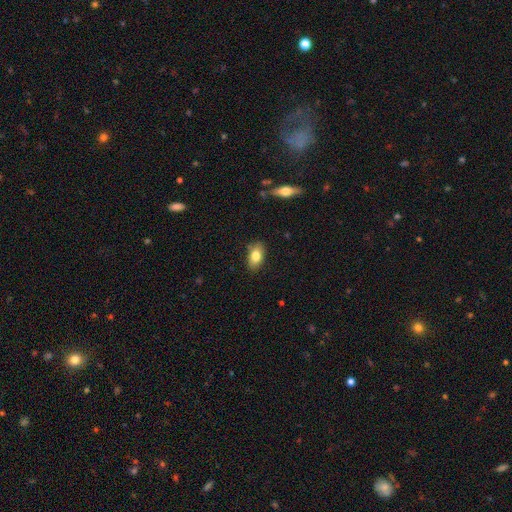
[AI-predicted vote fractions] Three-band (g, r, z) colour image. It shows a smooth galaxy with no disk features (80%) that is in between round and cigar-shaped (89%). Merging: none (83%).